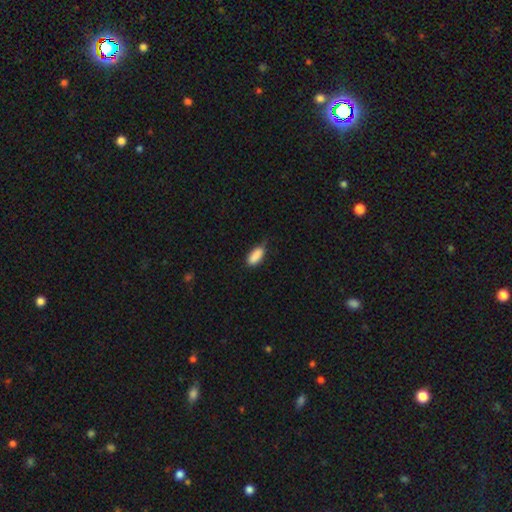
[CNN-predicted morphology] smooth-or-featured: smooth: 89% | star or artifact: 7% | featured or disk: 4%
  how-rounded: in between: 85% | cigar-shaped: 12% | round: 2%
  merging: none: 62% | minor disturbance: 31% | major disturbance: 5% | merger: 2%